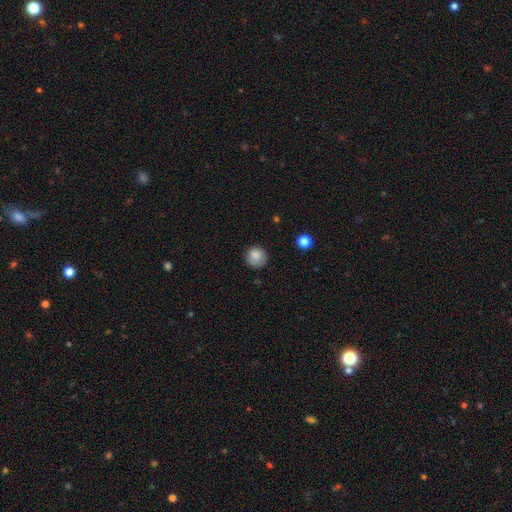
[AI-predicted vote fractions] Morphology: type=smooth (84%); roundness=round (93%); merging=none (81%).